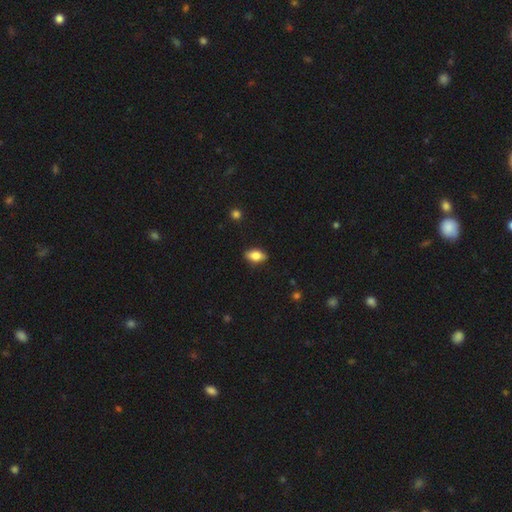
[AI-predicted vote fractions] A smooth galaxy with no disk features (79%) that is in between round and cigar-shaped (88%). Merging: none (86%).